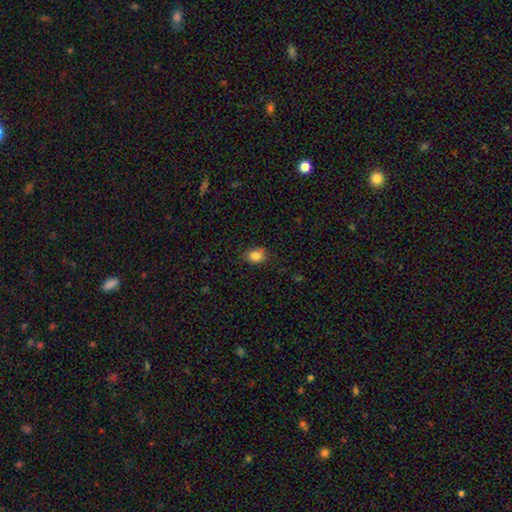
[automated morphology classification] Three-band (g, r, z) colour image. It shows a smooth galaxy with no disk features (85%) that is round (52%). Merging: none (83%).